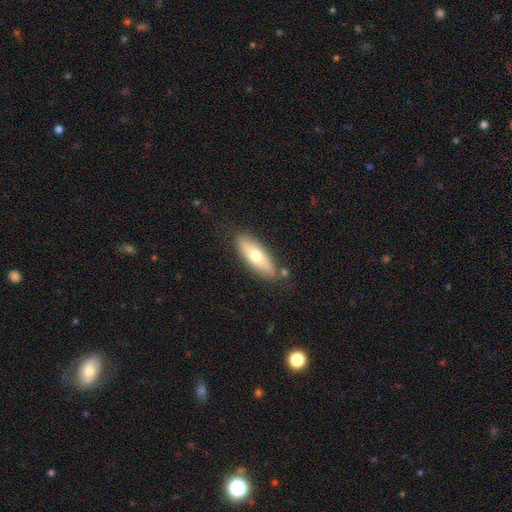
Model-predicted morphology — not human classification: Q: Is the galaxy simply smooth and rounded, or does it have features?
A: smooth — 64%.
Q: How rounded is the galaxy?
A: in between — 59%.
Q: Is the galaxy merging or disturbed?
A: none — 79%.